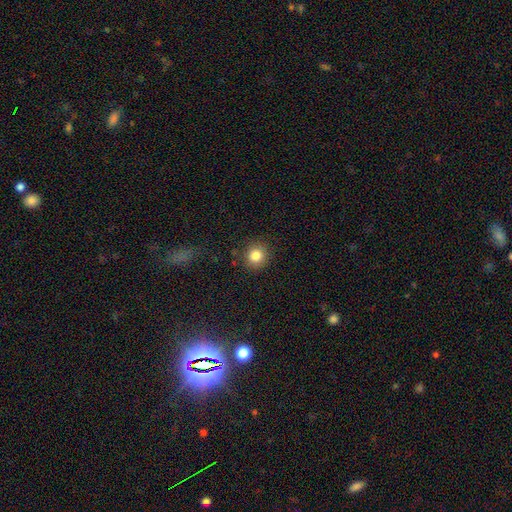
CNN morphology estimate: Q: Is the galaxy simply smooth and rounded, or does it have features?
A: smooth — 83%.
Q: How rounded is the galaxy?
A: round — 87%.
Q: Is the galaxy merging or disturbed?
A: none — 88%.